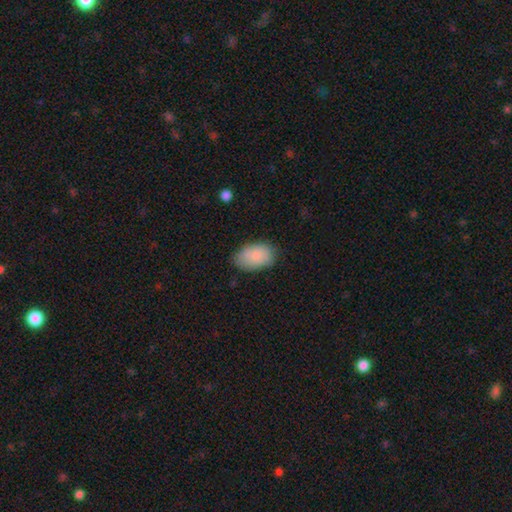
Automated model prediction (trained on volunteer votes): Smooth or featured? smooth (87%)
How rounded? in between (92%)
Merging? none (76%)